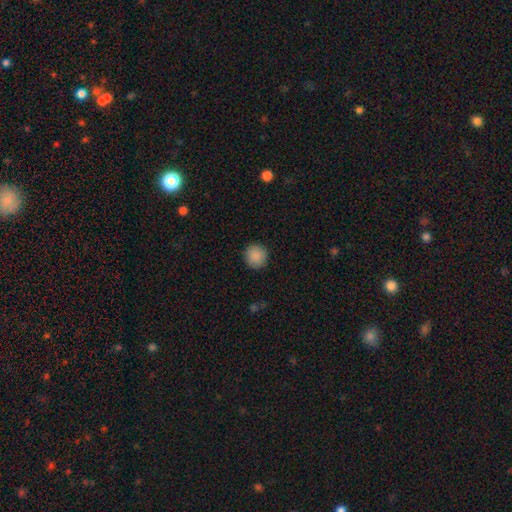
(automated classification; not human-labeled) The model was most divided on "smooth or featured": smooth: 89%, star or artifact: 8%, featured or disk: 3%. More confident: how rounded — round (95%); merging — none (92%).